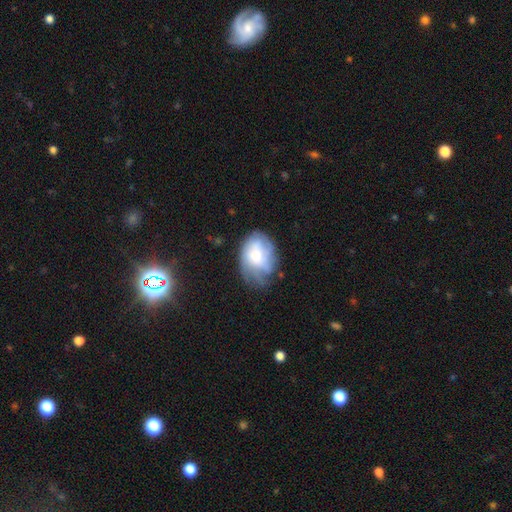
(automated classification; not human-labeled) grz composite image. It shows a featured or disk galaxy (46%, tied with smooth). Merging: none (47%).